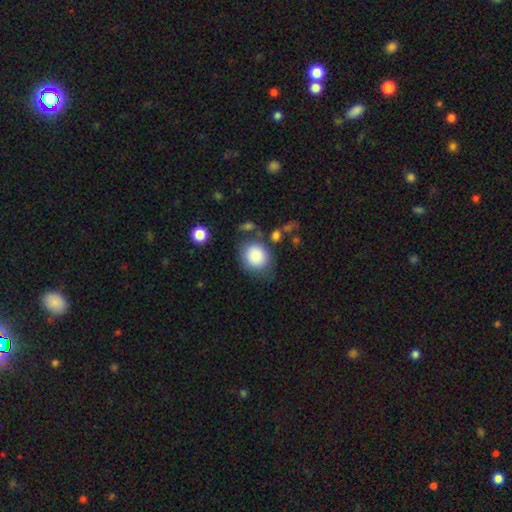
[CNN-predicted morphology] Overall: smooth (86%). How rounded: round (71%). Merging: none (69%).